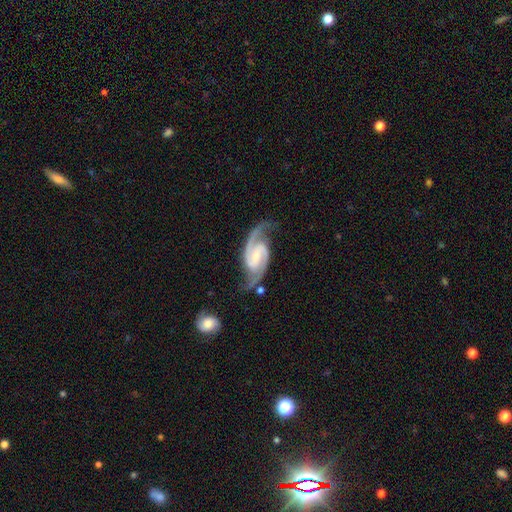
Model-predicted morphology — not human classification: featured or disk 93%, star or artifact 4%, smooth 3%. Down the decision tree: edge-on disk — no (98%); bar — weak (48%); spiral arms — yes (99%); spiral arm count — 2 (94%); spiral winding — medium (60%); bulge size — small (60%); merging — none (73%).